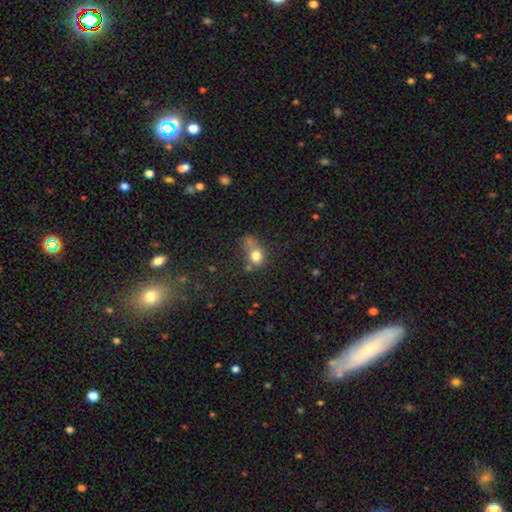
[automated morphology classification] This appears to be a smooth galaxy with no disk features (77%) that is round (67%). Merging: none (38%).